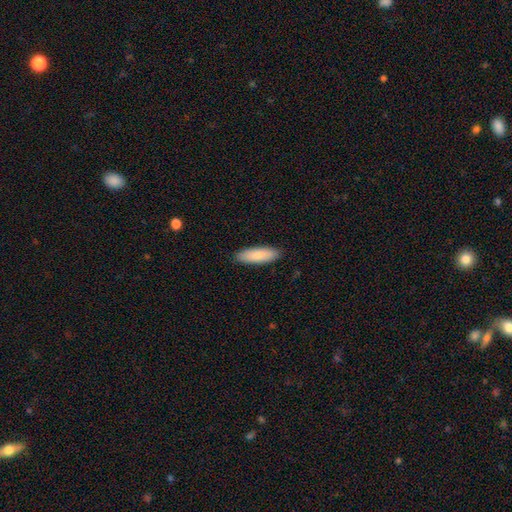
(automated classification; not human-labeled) Overall: smooth (84%). How rounded: in between (55%; cigar-shaped 43%). Merging: none (89%).